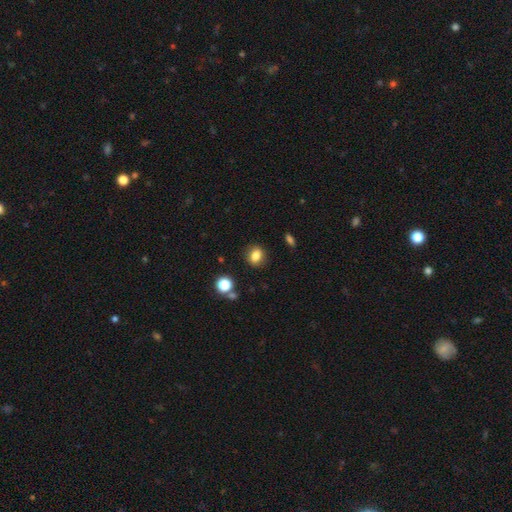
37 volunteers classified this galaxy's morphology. smooth_or_featured: smooth (p=0.78) [alt: featured or disk p=0.14]
how_rounded: round (p=0.59) [alt: in between p=0.38]
merging: none (p=0.88) [alt: minor disturbance p=0.09]